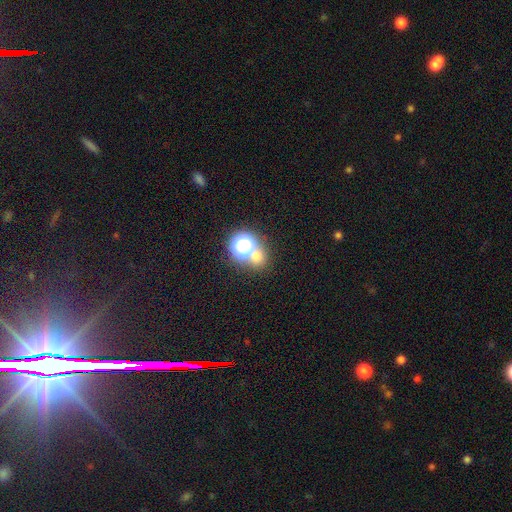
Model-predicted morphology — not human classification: A smooth galaxy with no disk features (60%) that is round (84%). Merging: none (57%).